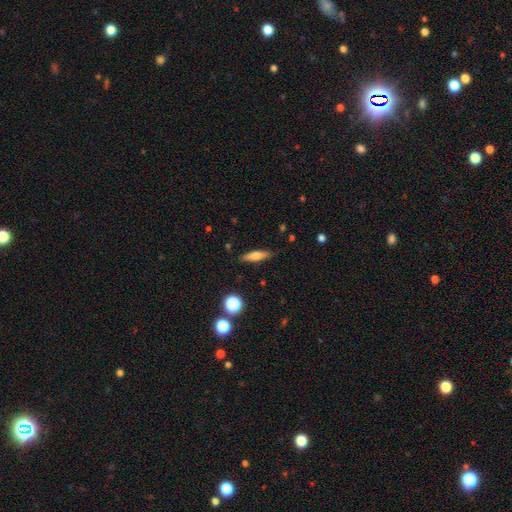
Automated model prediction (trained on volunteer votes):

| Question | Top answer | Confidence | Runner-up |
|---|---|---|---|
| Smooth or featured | smooth | 60% | featured or disk (32%) |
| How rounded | cigar-shaped | 73% | in between (24%) |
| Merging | none | 87% | minor disturbance (9%) |